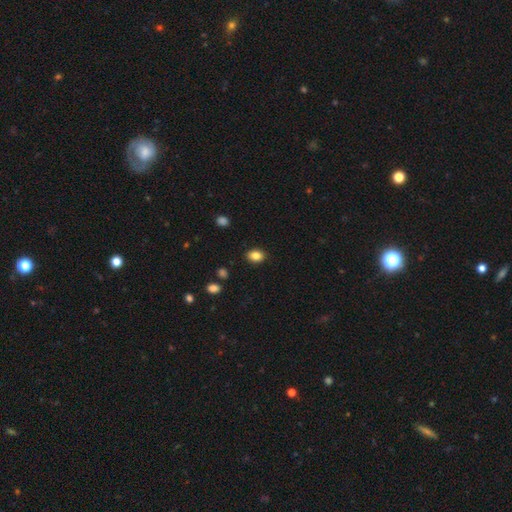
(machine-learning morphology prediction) smooth-or-featured: smooth: 85% | star or artifact: 9% | featured or disk: 5%
  how-rounded: in between: 65% | round: 34% | cigar-shaped: 1%
  merging: none: 88% | minor disturbance: 8% | major disturbance: 2% | merger: 1%